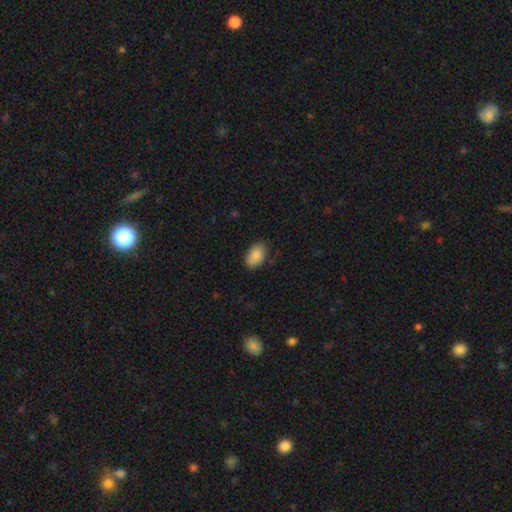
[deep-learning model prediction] Morphology: type=smooth (87%); roundness=in between (91%); merging=none (79%).